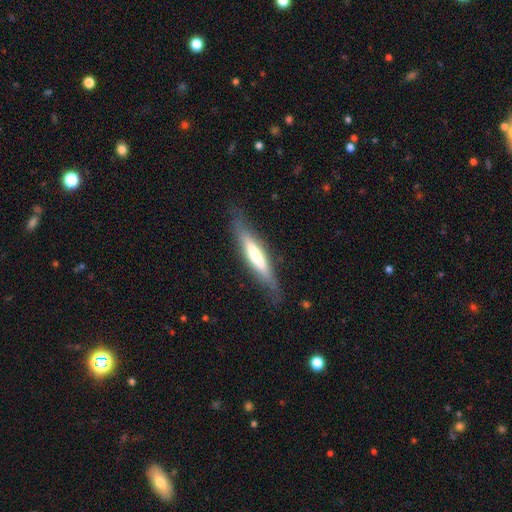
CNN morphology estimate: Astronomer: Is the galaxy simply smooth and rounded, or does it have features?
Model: smooth — 49% (runner-up: featured or disk, 45%).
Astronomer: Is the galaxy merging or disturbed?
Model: none — 78%.